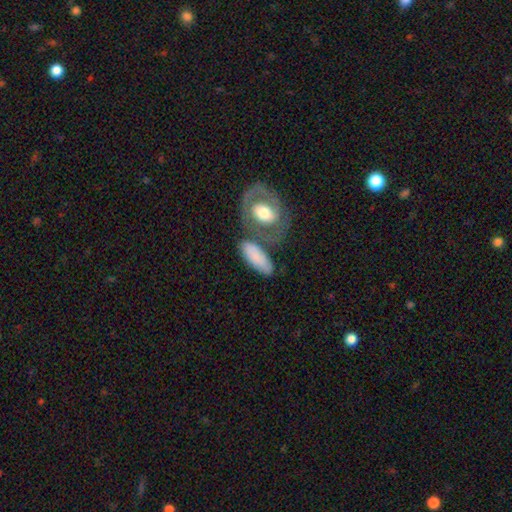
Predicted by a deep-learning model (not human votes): Smooth or featured? Predicted: smooth (p=0.71). How rounded? Predicted: in between (p=0.80). Merging? Predicted: none (p=0.50).